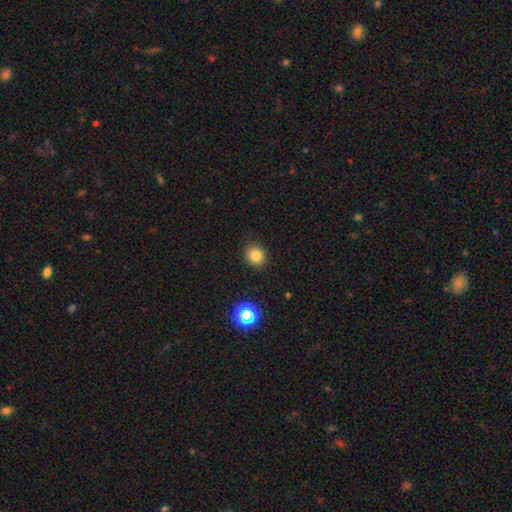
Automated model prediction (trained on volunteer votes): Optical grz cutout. It shows a smooth galaxy with no disk features (80%) that is round (79%). Merging: none (89%).